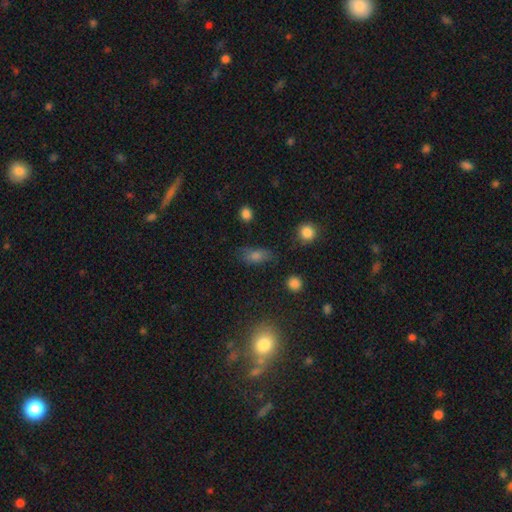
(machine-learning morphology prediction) A smooth galaxy with no disk features (72%) that is in between round and cigar-shaped (77%). Merging: none (73%).